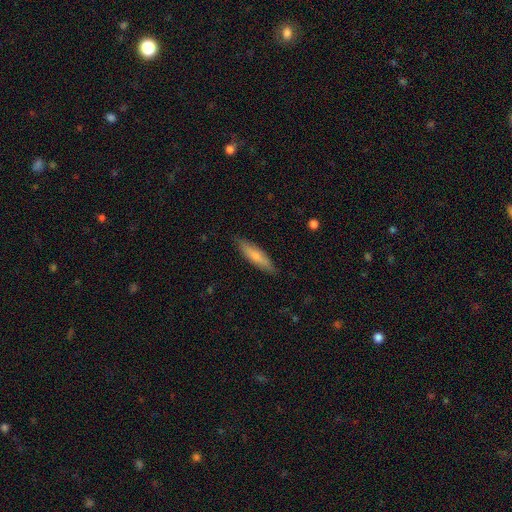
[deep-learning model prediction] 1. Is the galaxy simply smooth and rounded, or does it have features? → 66% smooth, 28% featured or disk, 6% star or artifact.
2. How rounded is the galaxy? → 74% cigar-shaped, 25% in between, 2% round.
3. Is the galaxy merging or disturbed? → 86% none, 11% minor disturbance, 2% major disturbance, 1% merger.